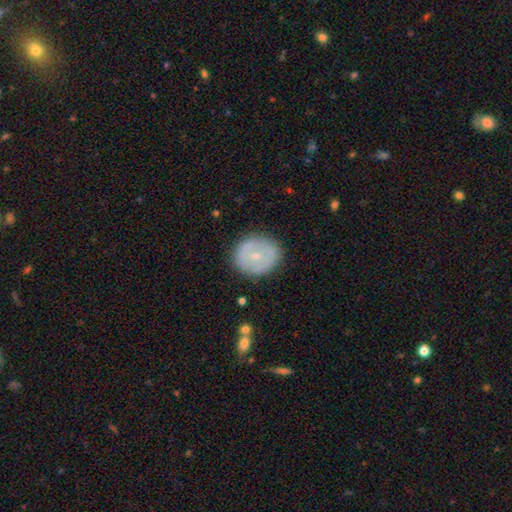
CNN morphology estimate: smooth_or_featured: smooth (p=0.50) [alt: featured or disk p=0.43]
merging: none (p=0.85) [alt: minor disturbance p=0.11]